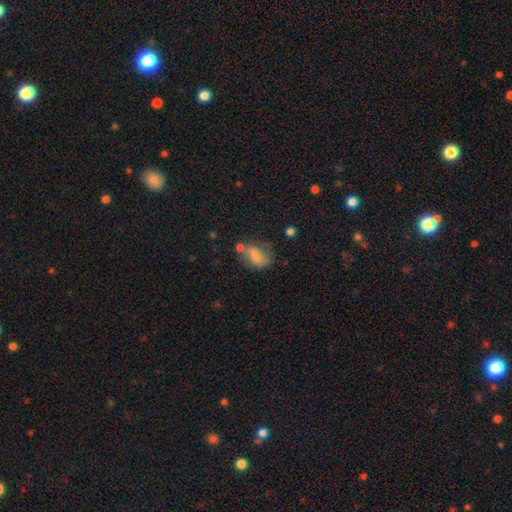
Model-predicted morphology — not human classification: A smooth galaxy with no disk features (66%) that is in between round and cigar-shaped (79%).

Vote fractions:
- Smooth or featured? smooth: 66% / featured or disk: 24% / star or artifact: 10%
- How rounded? in between: 79% / round: 17% / cigar-shaped: 4%
- Merging? none: 44% / minor disturbance: 23% / merger: 20% / major disturbance: 13%